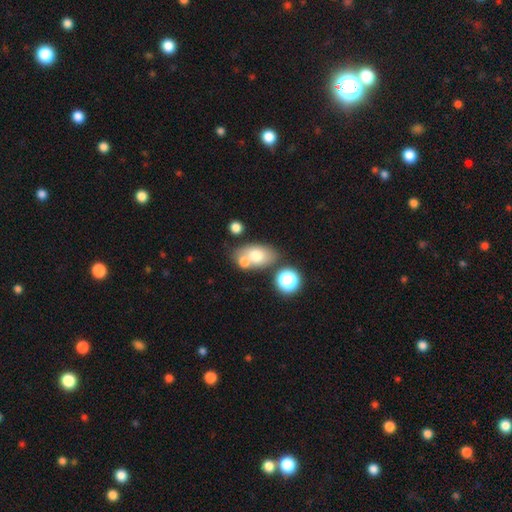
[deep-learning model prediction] smooth_or_featured: smooth (p=0.69) [alt: featured or disk p=0.21]
how_rounded: in between (p=0.82) [alt: round p=0.16]
merging: none (p=0.53) [alt: merger p=0.31]